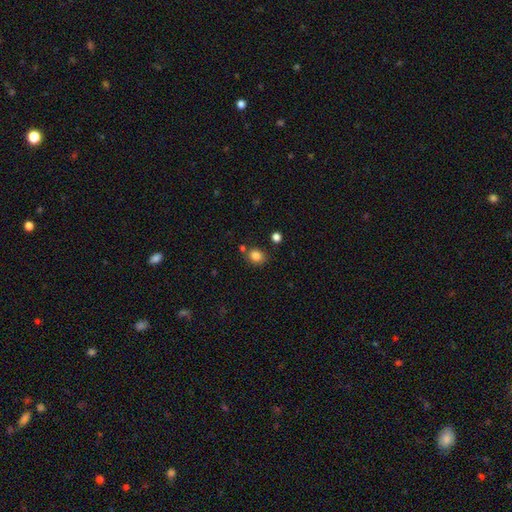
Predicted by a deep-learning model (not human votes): The model was most divided on "how rounded": round: 63%, in between: 36%, cigar-shaped: 1%. More confident: smooth or featured — smooth (84%); merging — none (74%).